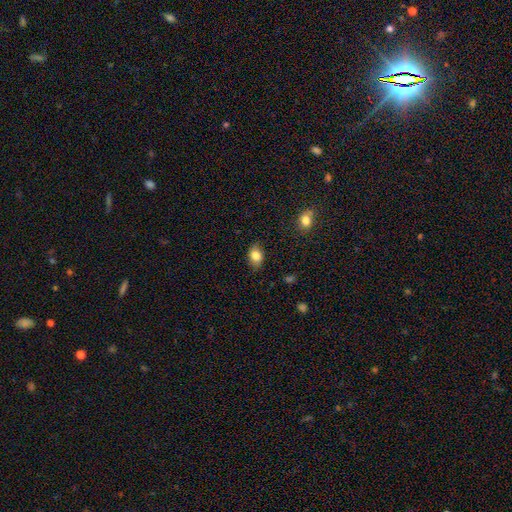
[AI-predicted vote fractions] smooth-or-featured: smooth: 82% | star or artifact: 9% | featured or disk: 9%
  how-rounded: in between: 76% | round: 22% | cigar-shaped: 2%
  merging: none: 83% | minor disturbance: 13% | major disturbance: 3% | merger: 1%